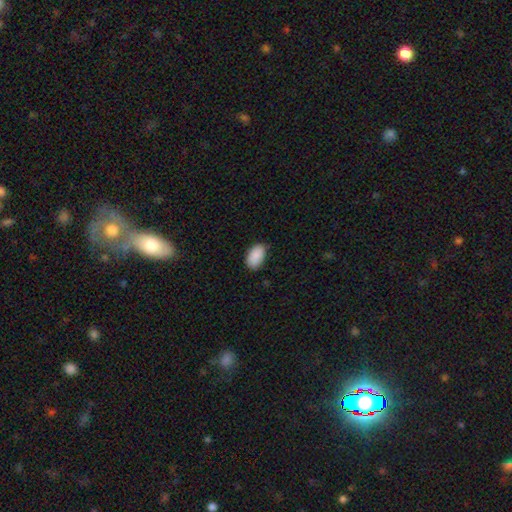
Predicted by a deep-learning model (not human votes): This is clearly a smooth galaxy (90%). How rounded: clearly in between (95%). Merging: likely none (79%).